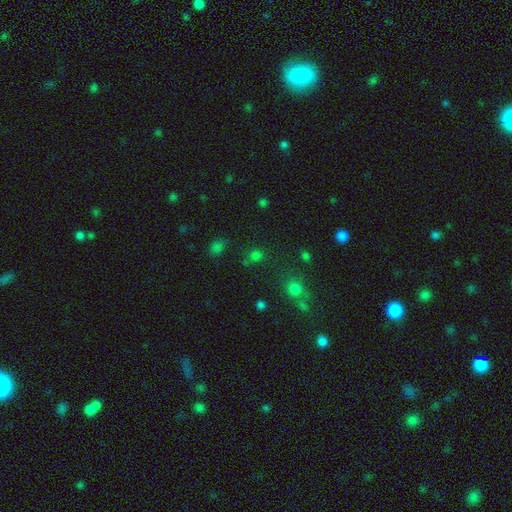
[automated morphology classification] Overall: smooth (66%; star or artifact 28%). How rounded: round (81%). Merging: none (70%).